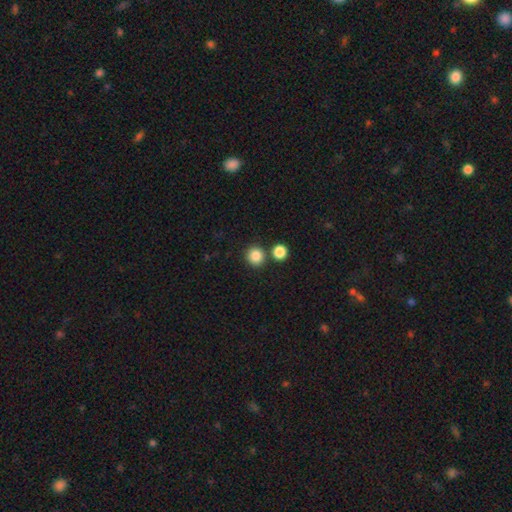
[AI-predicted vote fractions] This appears to be a smooth galaxy with no disk features (86%) that is round (91%). Merging: none (79%).